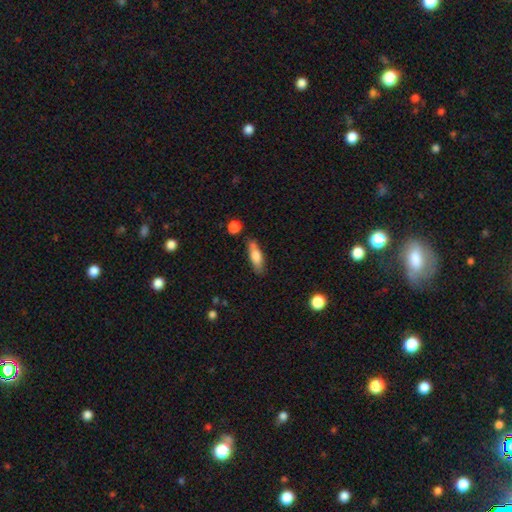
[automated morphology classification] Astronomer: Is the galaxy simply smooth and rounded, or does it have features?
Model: smooth — 73%.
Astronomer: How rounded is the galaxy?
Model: in between — 51% (runner-up: cigar-shaped, 46%).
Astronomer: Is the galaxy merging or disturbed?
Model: none — 71%.